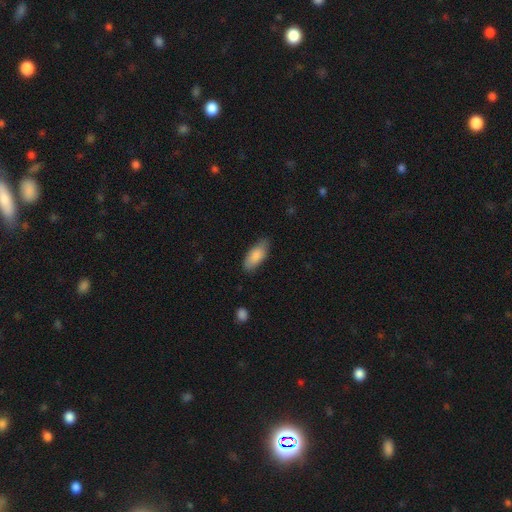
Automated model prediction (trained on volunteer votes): smooth_or_featured: smooth (p=0.84) [alt: featured or disk p=0.10]
how_rounded: in between (p=0.82) [alt: cigar-shaped p=0.16]
merging: none (p=0.80) [alt: minor disturbance p=0.15]